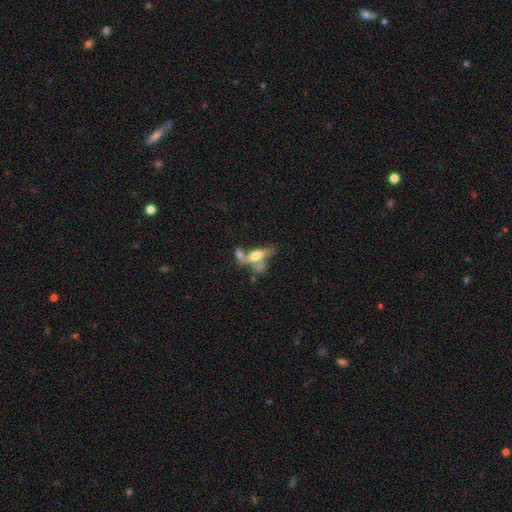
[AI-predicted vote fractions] A smooth galaxy with no disk features (47%).

Vote fractions:
- Smooth or featured? smooth: 47% / featured or disk: 43% / star or artifact: 10%
- Merging? merger: 50% / none: 26% / major disturbance: 13% / minor disturbance: 11%